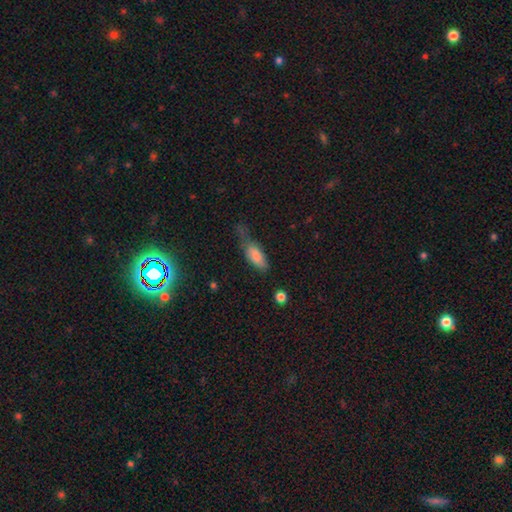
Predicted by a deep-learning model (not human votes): smooth 81%, featured or disk 11%, star or artifact 8%. Down the decision tree: how rounded — in between (78%); merging — minor disturbance (38%).